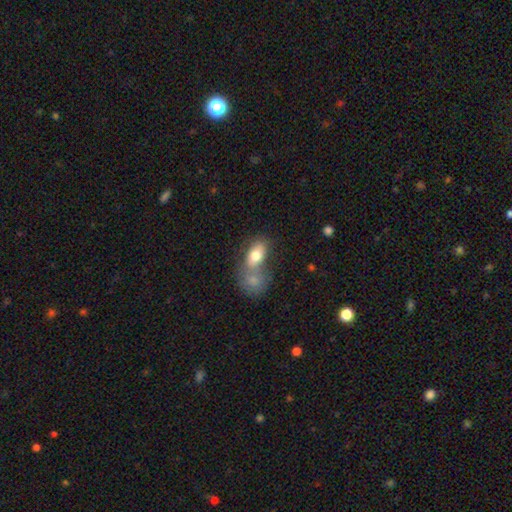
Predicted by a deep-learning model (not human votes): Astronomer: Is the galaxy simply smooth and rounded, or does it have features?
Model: smooth — 78%.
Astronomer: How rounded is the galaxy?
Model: in between — 86%.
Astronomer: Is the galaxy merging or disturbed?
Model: merger — 54% (runner-up: none, 29%).